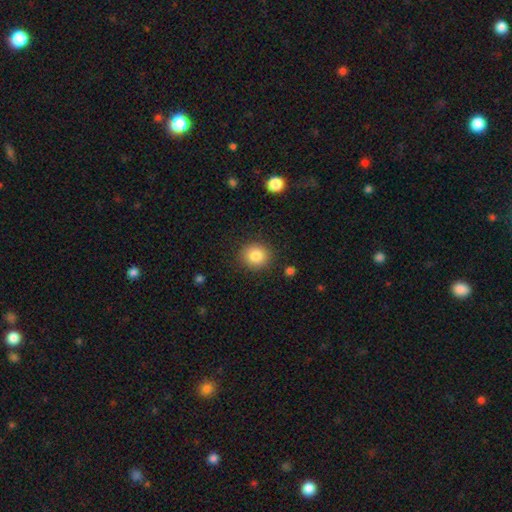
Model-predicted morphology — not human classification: Smooth or featured?
  - smooth: 86% *
  - star or artifact: 9%
  - featured or disk: 5%
How rounded?
  - round: 84% *
  - in between: 16%
  - cigar-shaped: 1%
Merging?
  - none: 88% *
  - minor disturbance: 8%
  - major disturbance: 3%
  - merger: 2%